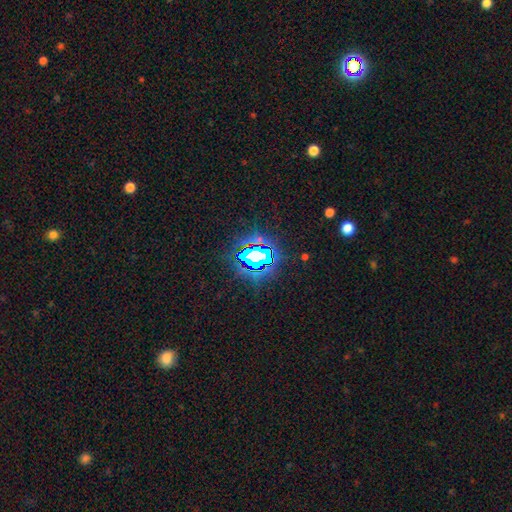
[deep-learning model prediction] Smooth or featured: star or artifact — 72% (smooth — 16%)